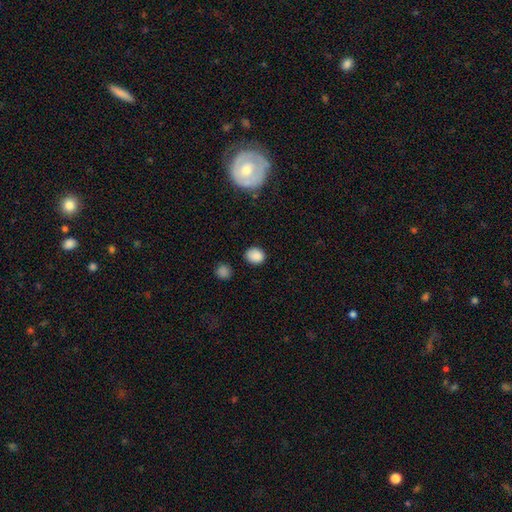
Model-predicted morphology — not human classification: This appears to be a smooth galaxy with no disk features (87%) that is round (65%). Merging: none (85%).